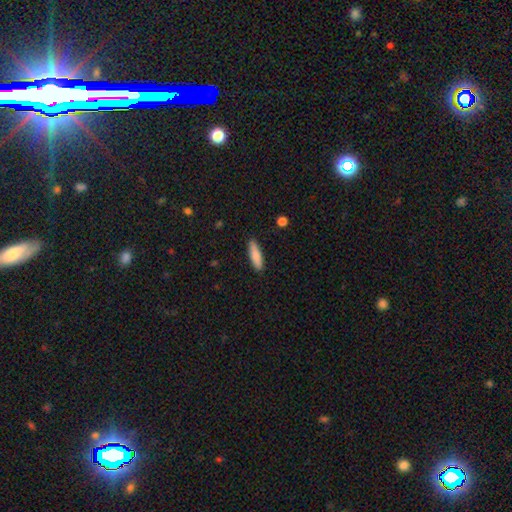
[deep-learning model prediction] The model was most divided on "how rounded": cigar-shaped: 70%, in between: 28%, round: 2%. More confident: merging — none (89%); smooth or featured — smooth (82%).